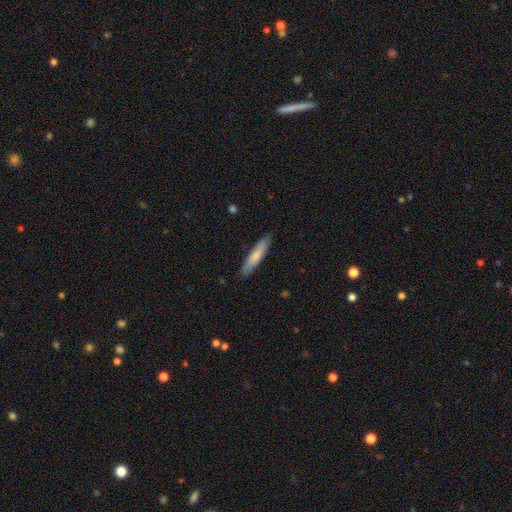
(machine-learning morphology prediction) Q: Smooth or featured?
A: smooth (74%); runner-up: featured or disk (21%)
Q: How rounded?
A: cigar-shaped (86%); runner-up: in between (13%)
Q: Merging?
A: none (88%); runner-up: minor disturbance (9%)